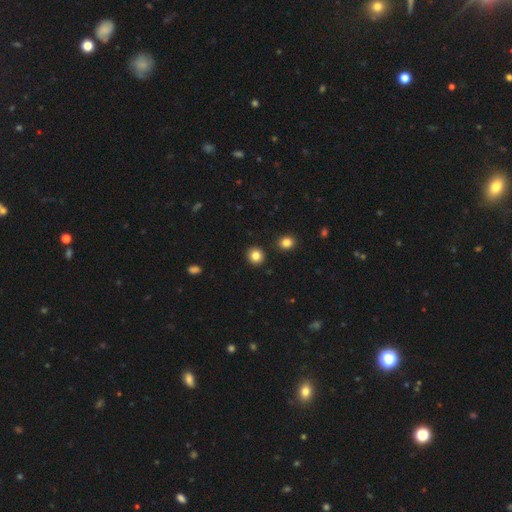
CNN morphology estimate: This appears to be a smooth galaxy with no disk features (84%) that is round (89%). Merging: none (91%).